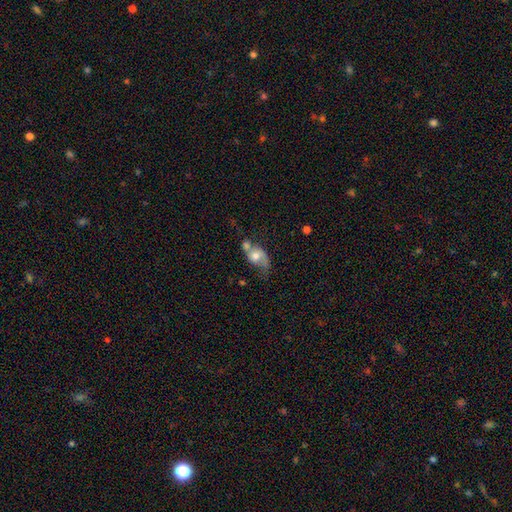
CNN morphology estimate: Smooth or featured?
  - smooth: 50% *
  - featured or disk: 41%
  - star or artifact: 9%
How rounded?
  - in between: 62% *
  - round: 35%
  - cigar-shaped: 3%
Merging?
  - merger: 51% *
  - none: 19%
  - major disturbance: 16%
  - minor disturbance: 14%